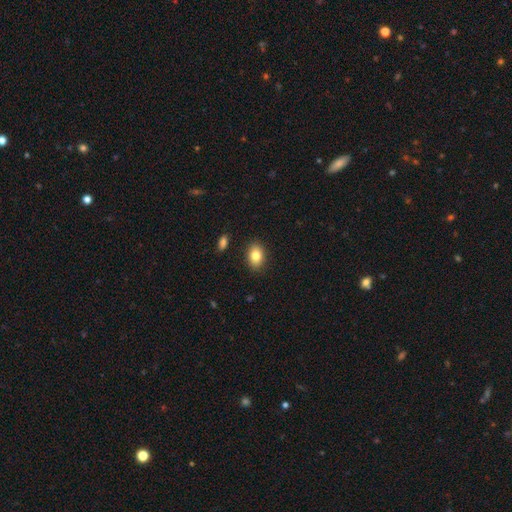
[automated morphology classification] Smooth or featured? smooth (83%)
How rounded? in between (81%)
Merging? none (88%)